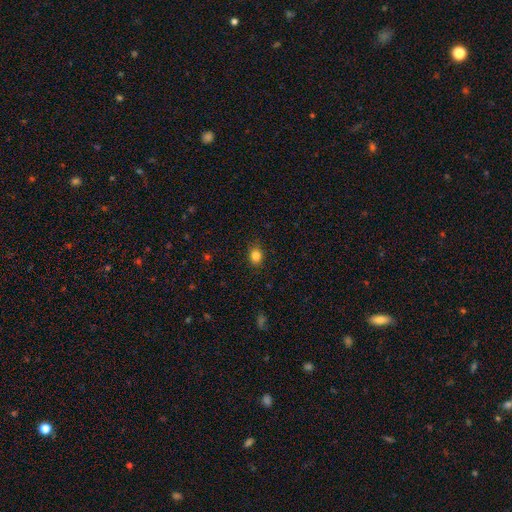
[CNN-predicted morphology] This is clearly a smooth galaxy (83%). How rounded: possibly round (55%). Merging: clearly none (85%).